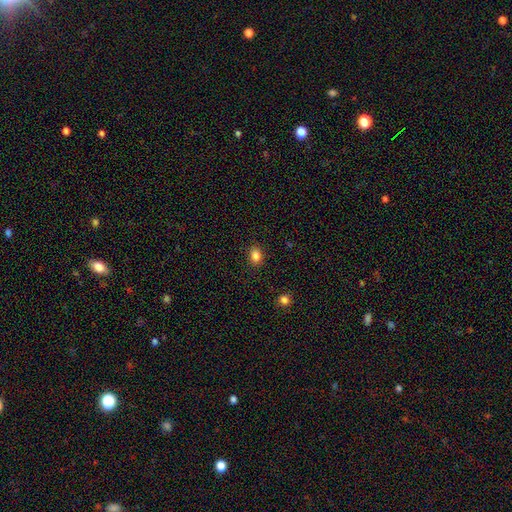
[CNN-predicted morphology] Q: Smooth or featured?
A: smooth (84%); runner-up: star or artifact (11%)
Q: How rounded?
A: in between (58%); runner-up: round (41%)
Q: Merging?
A: none (88%); runner-up: minor disturbance (8%)